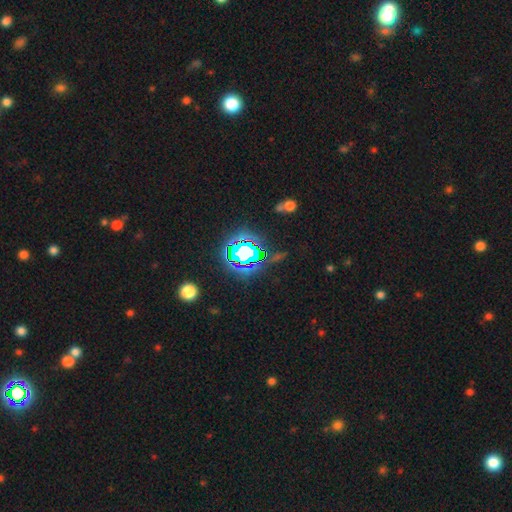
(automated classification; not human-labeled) Smooth or featured: star or artifact — 77% (smooth — 14%)